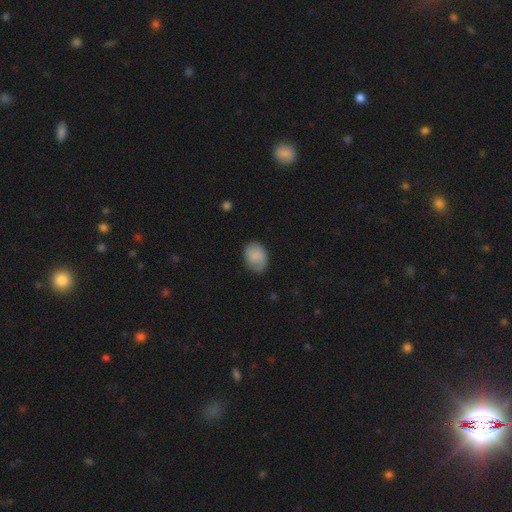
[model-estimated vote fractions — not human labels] Smooth or featured? Predicted: smooth (p=0.80). How rounded? Predicted: in between (p=0.69). Merging? Predicted: none (p=0.69).